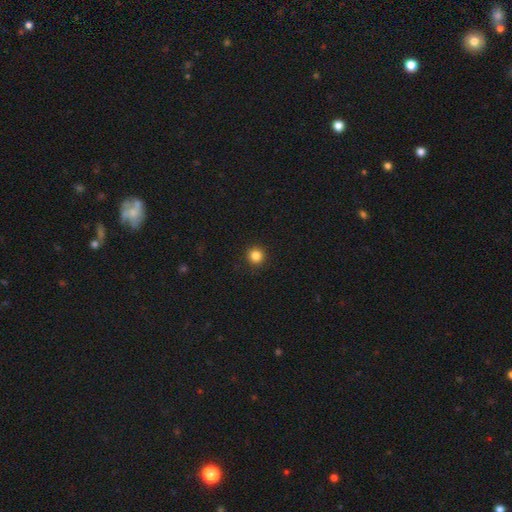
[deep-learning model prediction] smooth 85%, star or artifact 12%, featured or disk 4%. Down the decision tree: how rounded — round (95%); merging — none (93%).